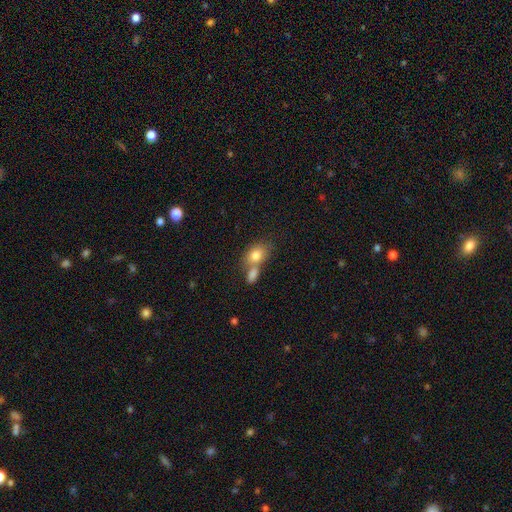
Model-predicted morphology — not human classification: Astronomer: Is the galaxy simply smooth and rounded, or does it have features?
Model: smooth — 79%.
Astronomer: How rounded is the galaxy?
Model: in between — 72%.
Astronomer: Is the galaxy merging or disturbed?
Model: merger — 47% (runner-up: none, 37%).